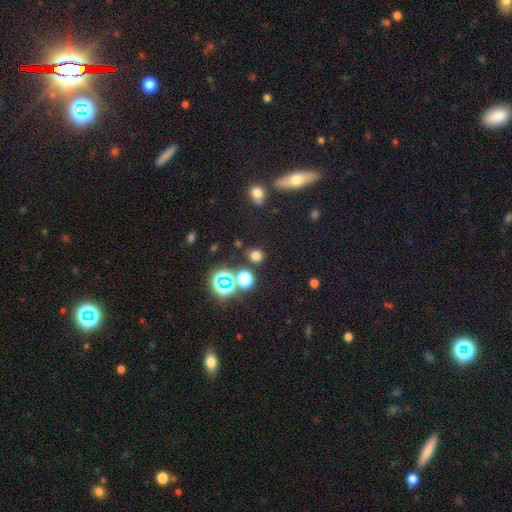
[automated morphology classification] smooth-or-featured: smooth: 68% | star or artifact: 27% | featured or disk: 6%
  how-rounded: round: 83% | in between: 16% | cigar-shaped: 1%
  merging: none: 84% | minor disturbance: 8% | merger: 5% | major disturbance: 3%